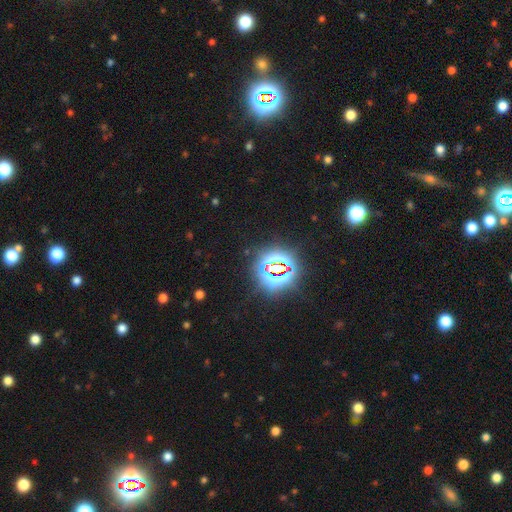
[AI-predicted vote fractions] The model was most divided on "smooth or featured": star or artifact: 82%, smooth: 12%, featured or disk: 6%.